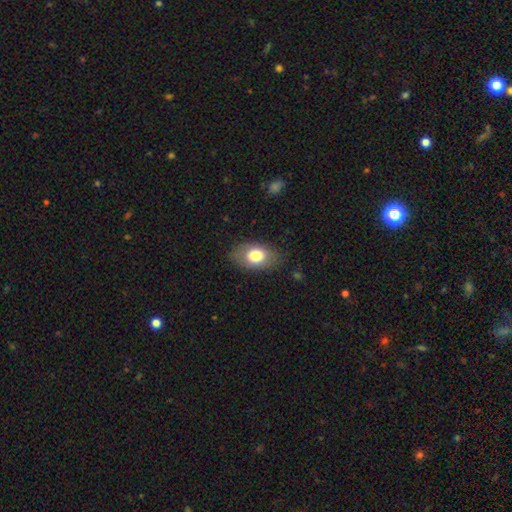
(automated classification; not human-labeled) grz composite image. It shows a smooth galaxy with no disk features (75%) that is in between round and cigar-shaped (88%). Merging: none (80%).